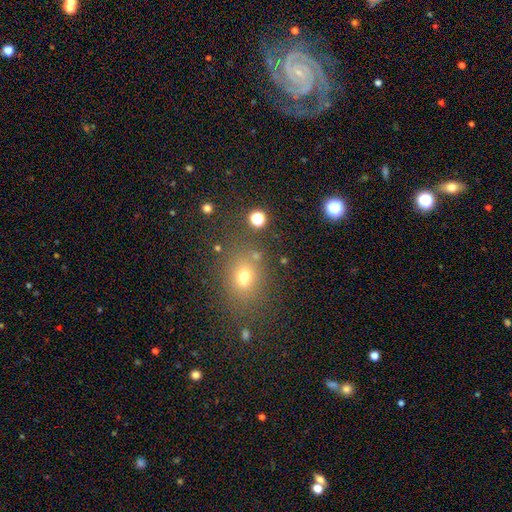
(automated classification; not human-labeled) Smooth or featured? smooth (65%)
How rounded? in between (54%)
Merging? none (74%)